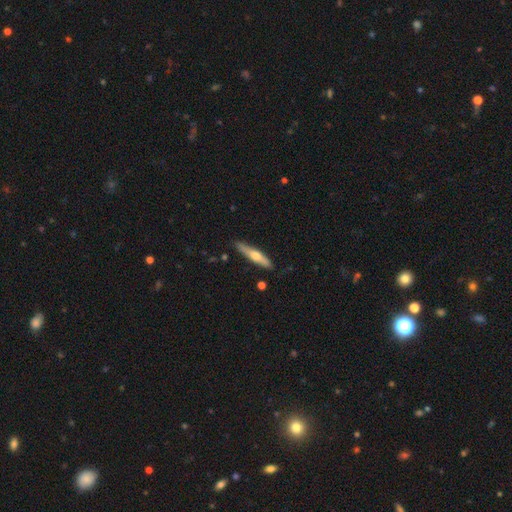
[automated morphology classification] Smooth or featured?
  - featured or disk: 52% *
  - smooth: 43%
  - star or artifact: 5%
Edge-on disk?
  - yes: 93% *
  - no: 7%
Merging?
  - none: 85% *
  - minor disturbance: 11%
  - major disturbance: 2%
  - merger: 2%